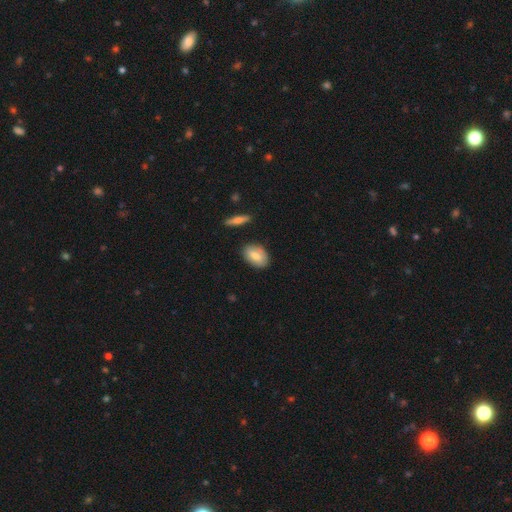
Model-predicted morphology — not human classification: A smooth galaxy with no disk features (78%) that is in between round and cigar-shaped (87%). Merging: none (82%).